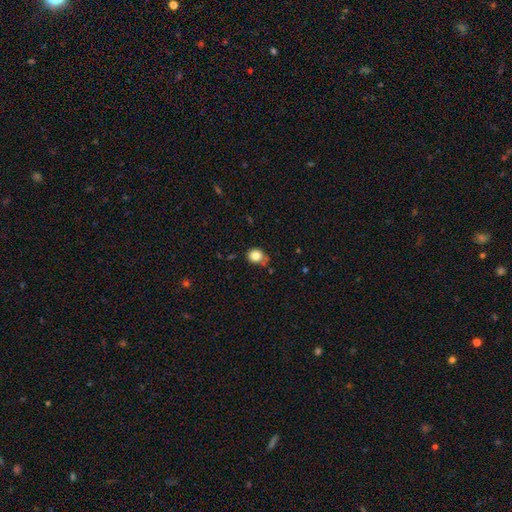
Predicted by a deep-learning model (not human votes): Q: Smooth or featured?
A: smooth (83%); runner-up: star or artifact (10%)
Q: How rounded?
A: round (68%); runner-up: in between (31%)
Q: Merging?
A: none (62%); runner-up: minor disturbance (26%)